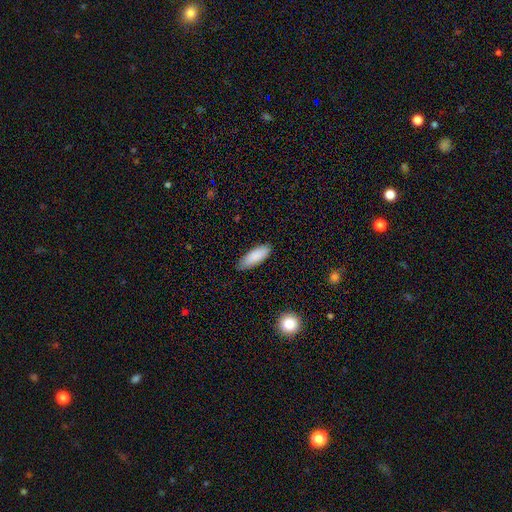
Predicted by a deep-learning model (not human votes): Smooth or featured?
  - smooth: 88% *
  - featured or disk: 6%
  - star or artifact: 6%
How rounded?
  - in between: 72% *
  - cigar-shaped: 26%
  - round: 2%
Merging?
  - none: 82% *
  - minor disturbance: 15%
  - major disturbance: 2%
  - merger: 1%